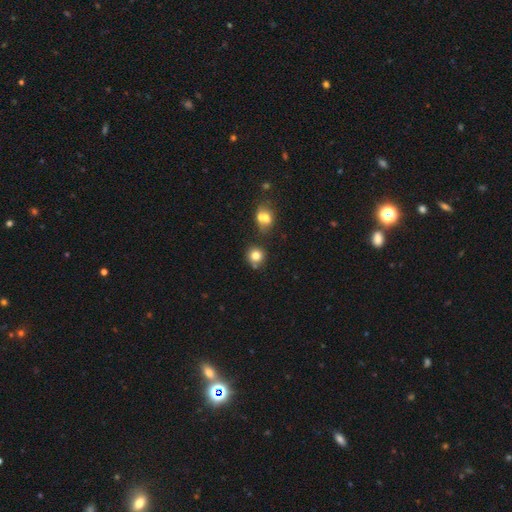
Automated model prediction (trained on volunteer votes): smooth_or_featured: smooth (p=0.79) [alt: star or artifact p=0.13]
how_rounded: round (p=0.88) [alt: in between p=0.11]
merging: none (p=0.71) [alt: merger p=0.13]